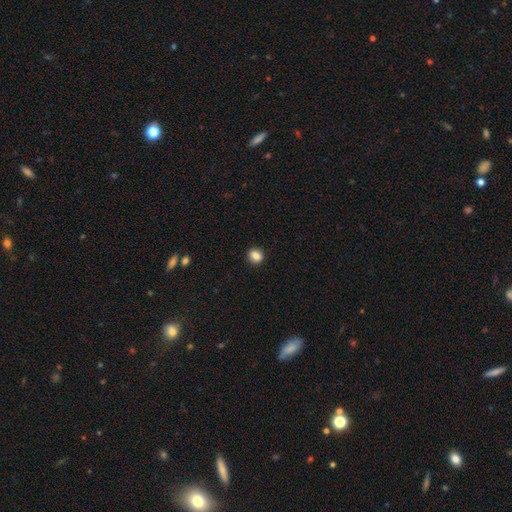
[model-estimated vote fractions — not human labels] A smooth galaxy with no disk features (84%) that is round (74%).

Vote fractions:
- Smooth or featured? smooth: 84% / star or artifact: 10% / featured or disk: 7%
- How rounded? round: 74% / in between: 25% / cigar-shaped: 1%
- Merging? none: 90% / minor disturbance: 7% / major disturbance: 2% / merger: 1%